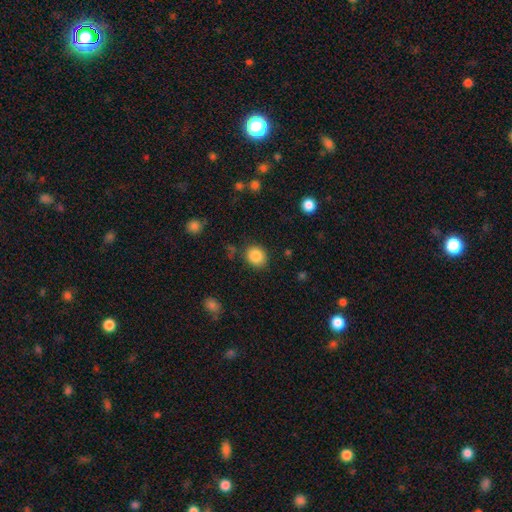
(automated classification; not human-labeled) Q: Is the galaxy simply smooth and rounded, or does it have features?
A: smooth — 86%.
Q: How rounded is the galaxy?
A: round — 70%.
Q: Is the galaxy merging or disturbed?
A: none — 85%.